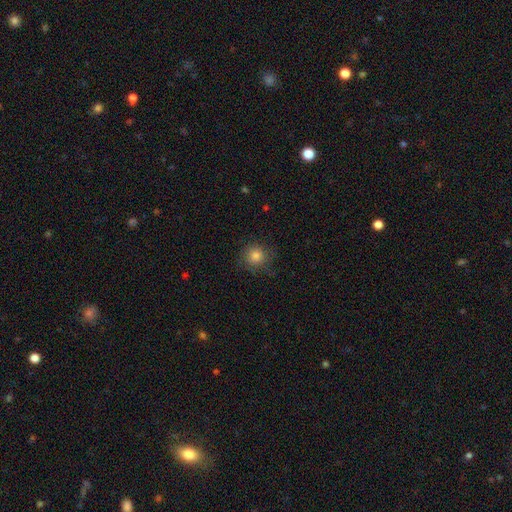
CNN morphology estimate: Overall: smooth (82%). How rounded: round (91%). Merging: none (80%).